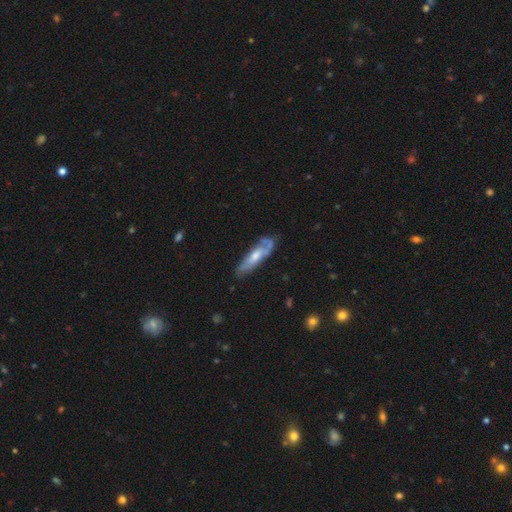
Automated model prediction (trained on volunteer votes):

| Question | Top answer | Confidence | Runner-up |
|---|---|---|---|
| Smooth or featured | featured or disk | 59% | smooth (35%) |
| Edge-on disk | no | 60% | yes (40%) |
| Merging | none | 56% | minor disturbance (27%) |